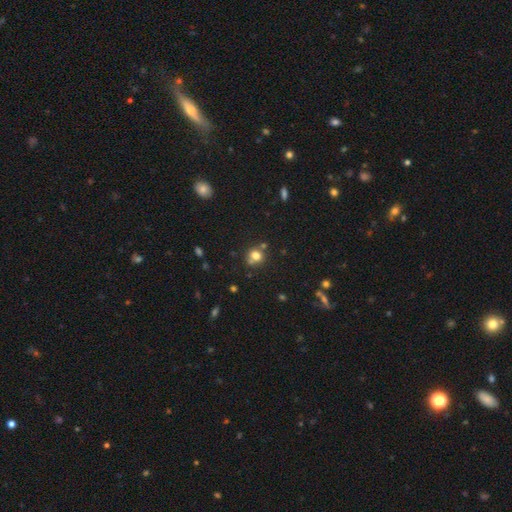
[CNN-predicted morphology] smooth 73%, star or artifact 15%, featured or disk 11%. Down the decision tree: how rounded — round (82%); merging — none (62%).